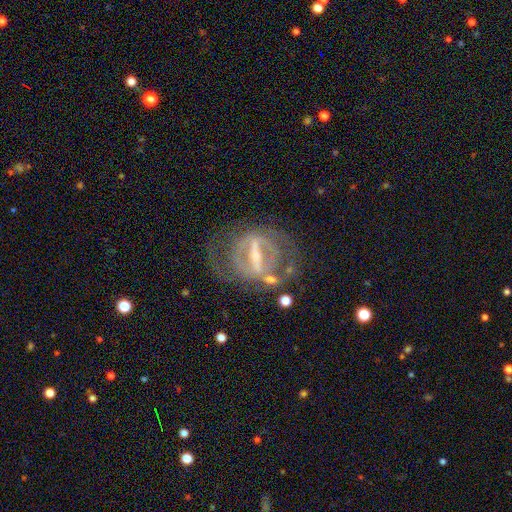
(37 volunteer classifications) Smooth or featured? featured or disk (76%)
Edge-on disk? no (89%)
Bar? strong (64%)
Spiral arms? no (56%)
Bulge size? small (48%)
Merging? none (88%)